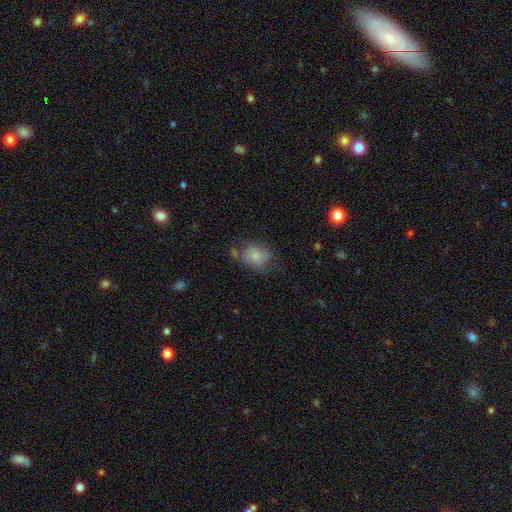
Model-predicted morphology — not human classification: smooth_or_featured: smooth (p=0.74) [alt: featured or disk p=0.17]
how_rounded: in between (p=0.52) [alt: round p=0.47]
merging: none (p=0.48) [alt: minor disturbance p=0.29]